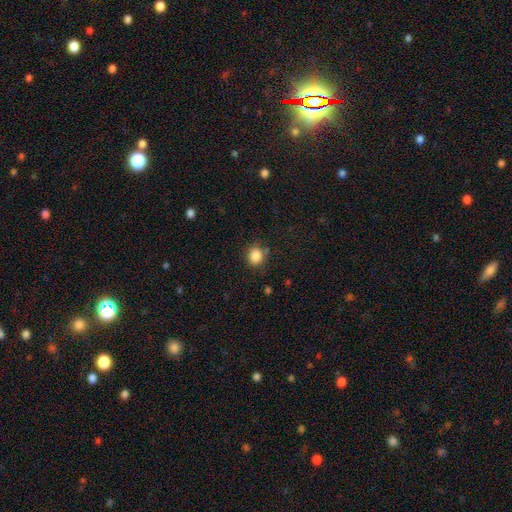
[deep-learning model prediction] The model was most divided on "how rounded": round: 76%, in between: 23%, cigar-shaped: 1%. More confident: smooth or featured — smooth (86%); merging — none (79%).